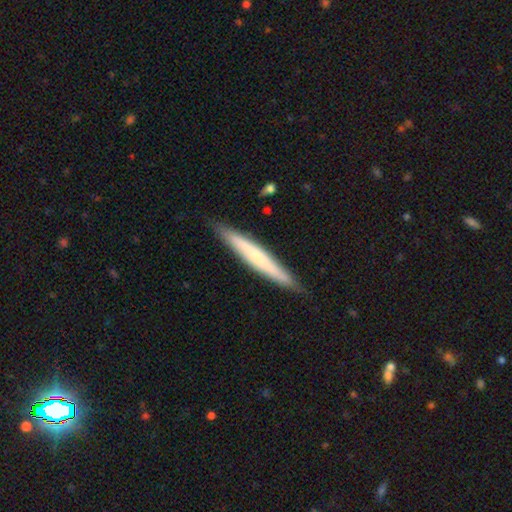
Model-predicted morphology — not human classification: Overall: smooth (50%; featured or disk 45%). Merging: none (88%).